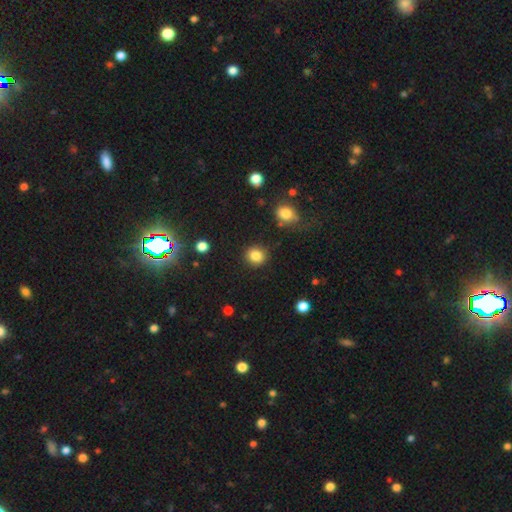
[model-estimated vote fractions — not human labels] Morphology: type=smooth (85%); roundness=round (86%); merging=none (89%).